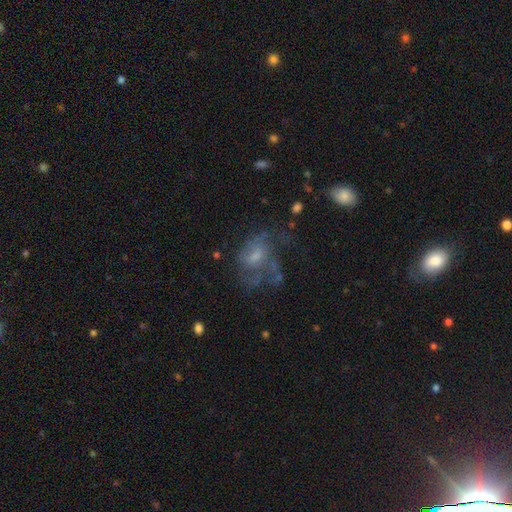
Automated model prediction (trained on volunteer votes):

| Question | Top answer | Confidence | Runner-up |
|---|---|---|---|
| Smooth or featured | featured or disk | 61% | smooth (23%) |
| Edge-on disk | no | 97% | yes (3%) |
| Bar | no | 61% | weak (33%) |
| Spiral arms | yes | 64% | no (36%) |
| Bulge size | small | 43% | moderate (35%) |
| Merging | none | 40% | major disturbance (36%) |